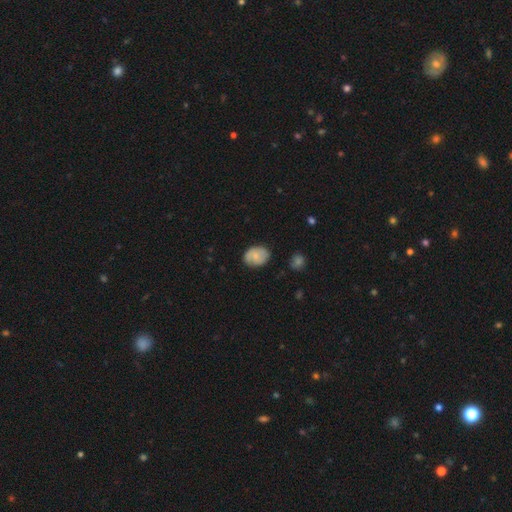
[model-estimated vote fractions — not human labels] This is likely a smooth galaxy (70%). How rounded: likely in between (70%). Merging: likely none (76%).